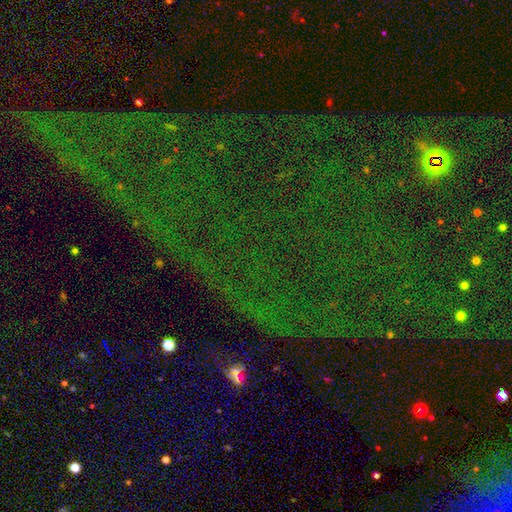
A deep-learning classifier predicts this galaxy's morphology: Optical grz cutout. It shows a star or artifact, not a galaxy (81%).